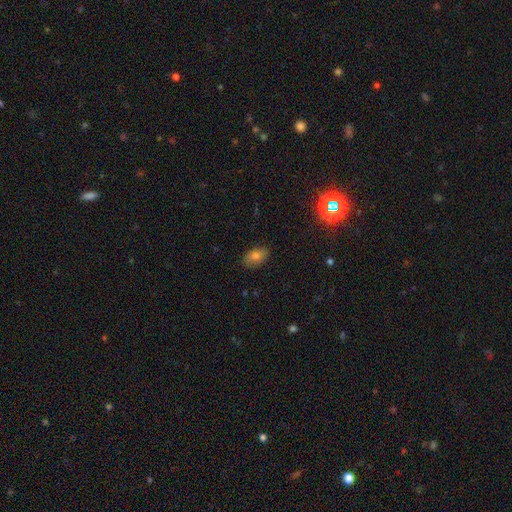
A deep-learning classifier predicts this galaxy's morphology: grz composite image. It shows a smooth galaxy with no disk features (77%) that is in between round and cigar-shaped (88%). Merging: none (84%).